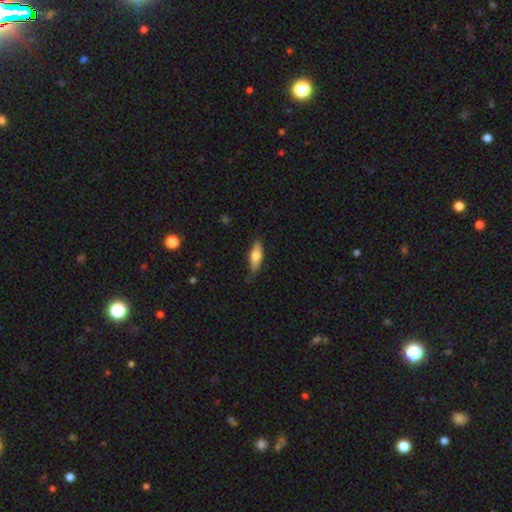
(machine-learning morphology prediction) Q: Smooth or featured?
A: smooth (60%); runner-up: featured or disk (34%)
Q: How rounded?
A: in between (50%); runner-up: cigar-shaped (47%)
Q: Merging?
A: none (77%); runner-up: minor disturbance (19%)